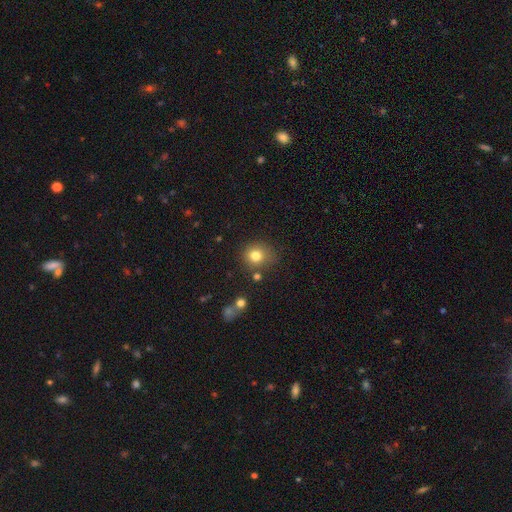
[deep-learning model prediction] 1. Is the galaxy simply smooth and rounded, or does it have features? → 78% smooth, 13% star or artifact, 8% featured or disk.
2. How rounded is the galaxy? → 86% round, 13% in between, 1% cigar-shaped.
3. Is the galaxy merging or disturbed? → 75% none, 14% minor disturbance, 6% merger, 5% major disturbance.